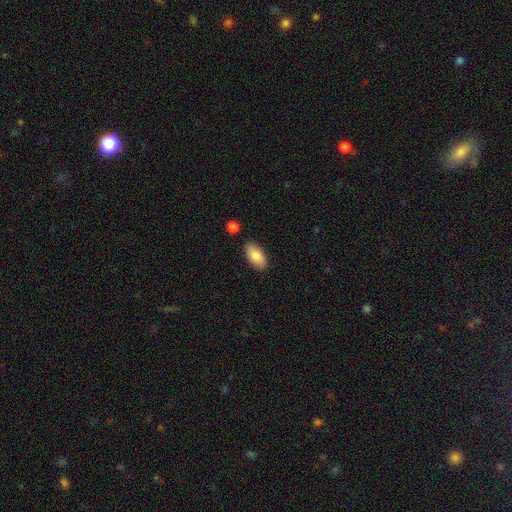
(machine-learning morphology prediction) smooth 83%, featured or disk 10%, star or artifact 7%. Down the decision tree: how rounded — in between (94%); merging — none (87%).